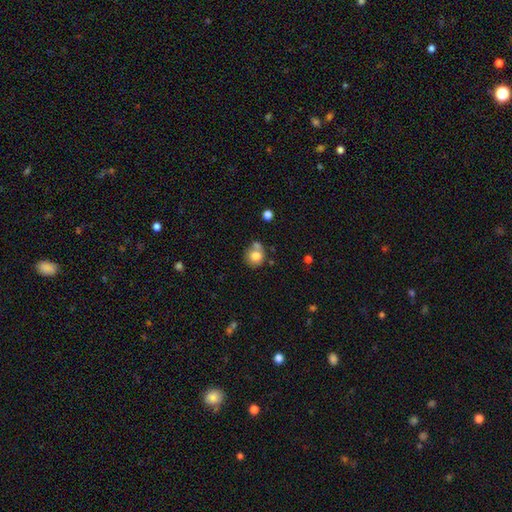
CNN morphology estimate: smooth-or-featured: smooth: 79% | featured or disk: 11% | star or artifact: 10%
  how-rounded: round: 86% | in between: 13% | cigar-shaped: 1%
  merging: none: 54% | merger: 28% | minor disturbance: 14% | major disturbance: 4%